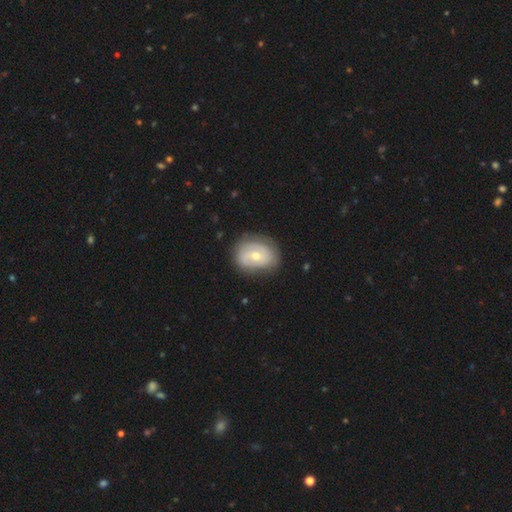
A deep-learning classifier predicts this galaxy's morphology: This is possibly a featured or disk galaxy (57%). It is clearly not viewed edge-on (96%). Bar: likely no (62%). Spiral arm pattern: likely yes (68%). Central bulge: possibly moderate (57%). Merging: likely none (73%).